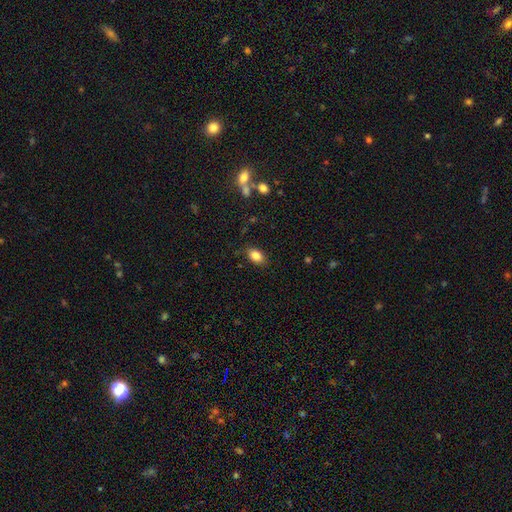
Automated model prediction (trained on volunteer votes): smooth 84%, star or artifact 9%, featured or disk 7%. Down the decision tree: how rounded — in between (87%); merging — none (84%).